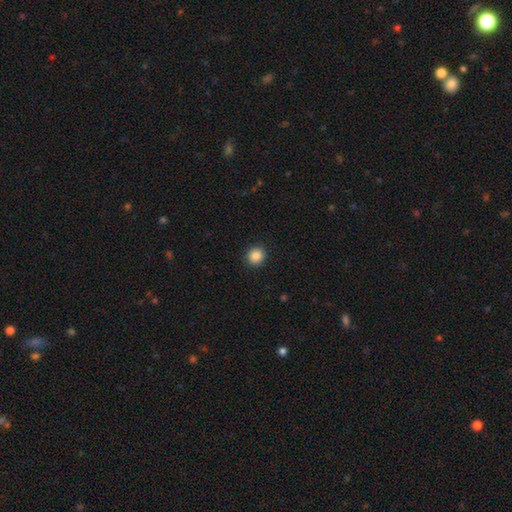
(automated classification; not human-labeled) Smooth or featured? smooth (87%)
How rounded? round (89%)
Merging? none (92%)